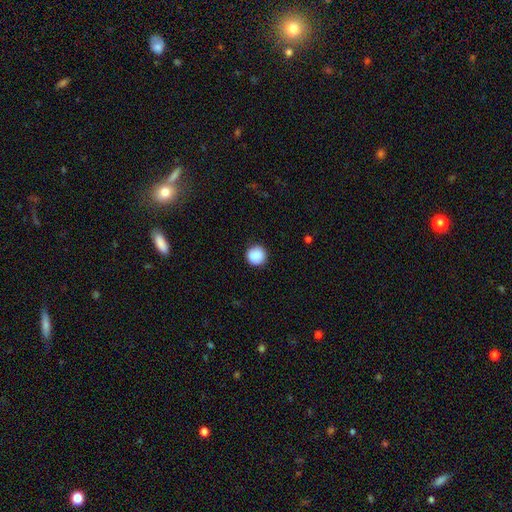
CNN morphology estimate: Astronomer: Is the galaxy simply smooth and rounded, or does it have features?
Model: smooth — 88%.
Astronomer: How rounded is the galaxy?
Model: round — 95%.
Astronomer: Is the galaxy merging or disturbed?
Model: none — 89%.